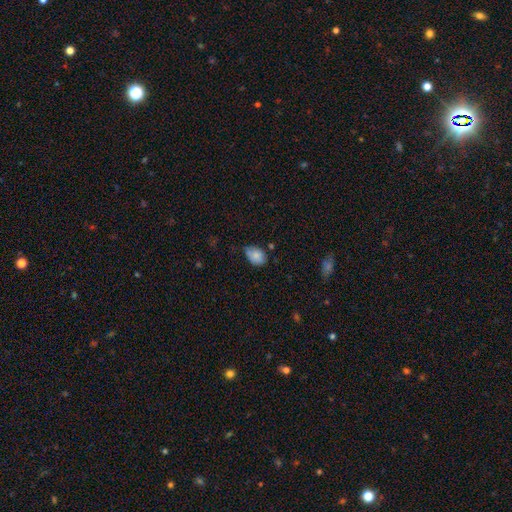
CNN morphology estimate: smooth 83%, featured or disk 9%, star or artifact 8%. Down the decision tree: how rounded — in between (79%); merging — none (52%).